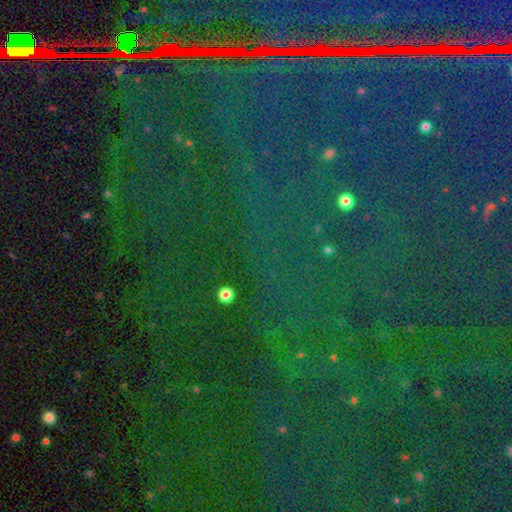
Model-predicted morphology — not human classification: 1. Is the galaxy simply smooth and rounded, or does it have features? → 84% star or artifact, 9% smooth, 7% featured or disk.